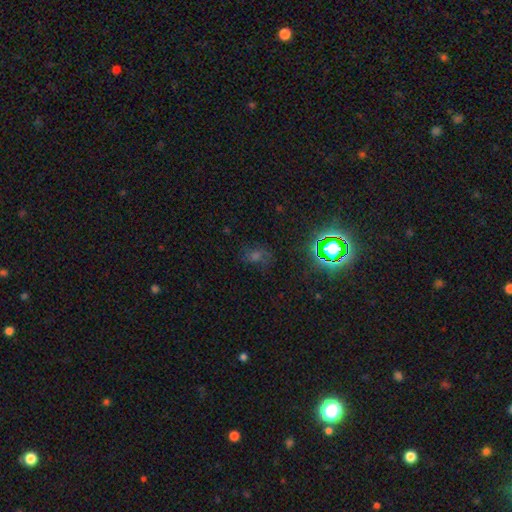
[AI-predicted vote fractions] This appears to be a star or artifact, not a galaxy (52%).